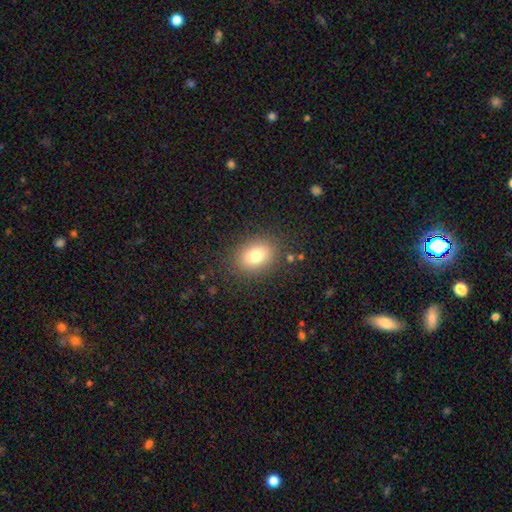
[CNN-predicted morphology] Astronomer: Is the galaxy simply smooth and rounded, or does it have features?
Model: smooth — 79%.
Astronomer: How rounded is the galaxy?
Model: in between — 61% (runner-up: round, 38%).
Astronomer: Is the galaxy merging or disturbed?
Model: none — 85%.